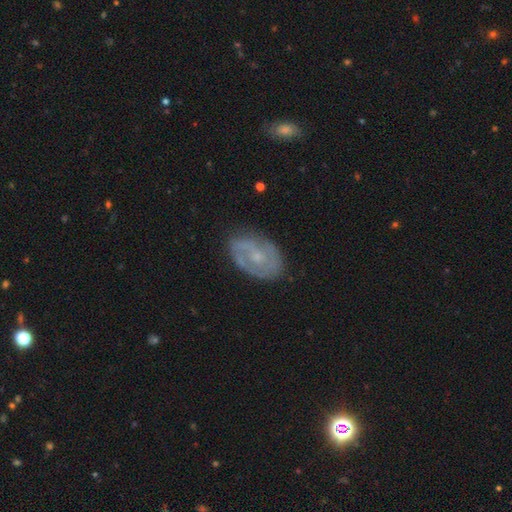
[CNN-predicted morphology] featured or disk 73%, smooth 20%, star or artifact 7%. Down the decision tree: edge-on disk — no (96%); bar — no (57%); spiral arms — yes (81%); spiral arm count — 2 (61%); spiral winding — tight (45%); bulge size — small (58%); merging — none (78%).